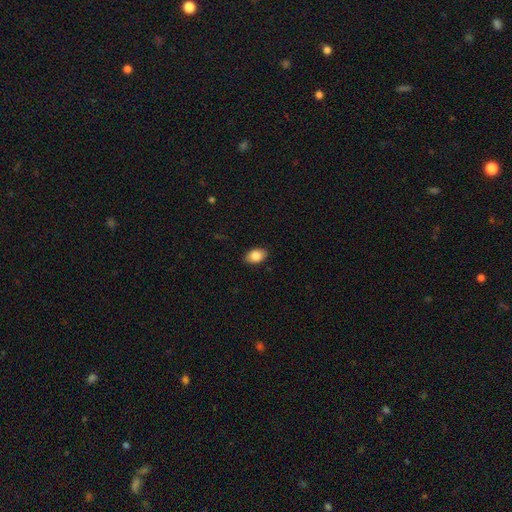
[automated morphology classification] Smooth or featured?
  - smooth: 87% *
  - star or artifact: 7%
  - featured or disk: 6%
How rounded?
  - in between: 87% *
  - round: 11%
  - cigar-shaped: 1%
Merging?
  - none: 88% *
  - minor disturbance: 9%
  - major disturbance: 2%
  - merger: 1%